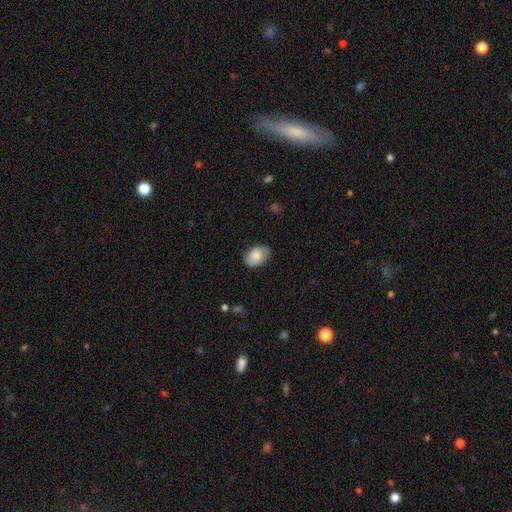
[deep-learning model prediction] The model was most divided on "merging": none: 79%, minor disturbance: 16%, major disturbance: 3%, merger: 1%. More confident: smooth or featured — smooth (82%); how rounded — in between (81%).